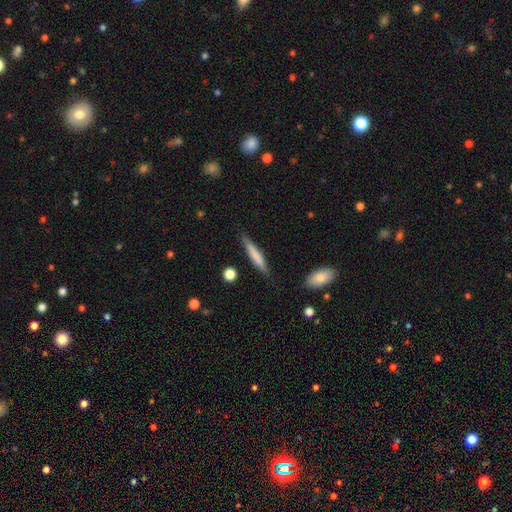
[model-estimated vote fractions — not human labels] smooth 69%, featured or disk 25%, star or artifact 6%. Down the decision tree: how rounded — cigar-shaped (91%); merging — none (84%).